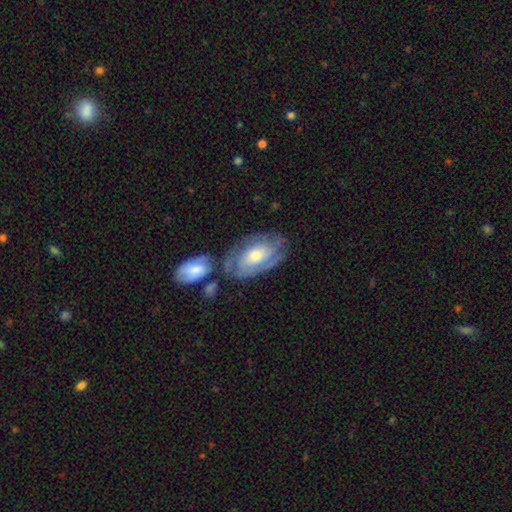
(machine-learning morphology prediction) smooth-or-featured: featured or disk: 72% | smooth: 22% | star or artifact: 6%
  disk-edge-on: no: 94% | yes: 6%
    bar: no: 70% | weak: 24% | strong: 6%
    has-spiral-arms: yes: 86% | no: 14%
      spiral-winding: tight: 63% | medium: 28% | loose: 9%
      spiral-arm-count: can't tell: 43% | 2: 30% | 3: 13% | 1: 6% | 4: 5% | more than 4: 3%
    bulge-size: moderate: 59% | small: 20% | large: 17% | none: 2% | dominant: 2%
  merging: none: 58% | minor disturbance: 19% | merger: 13% | major disturbance: 9%